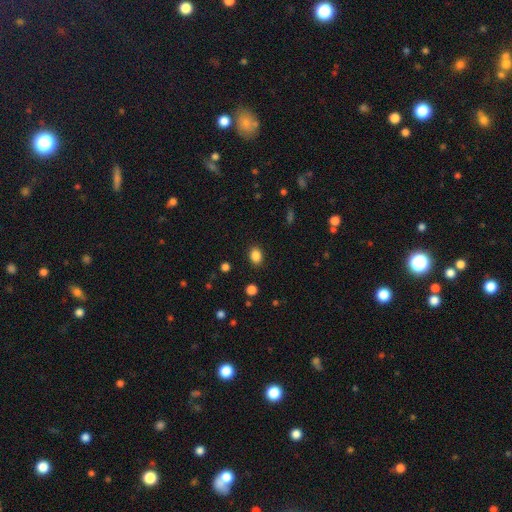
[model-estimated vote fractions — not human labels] smooth-or-featured: smooth: 86% | star or artifact: 11% | featured or disk: 4%
  how-rounded: in between: 64% | round: 34% | cigar-shaped: 1%
  merging: none: 87% | minor disturbance: 9% | major disturbance: 3% | merger: 1%